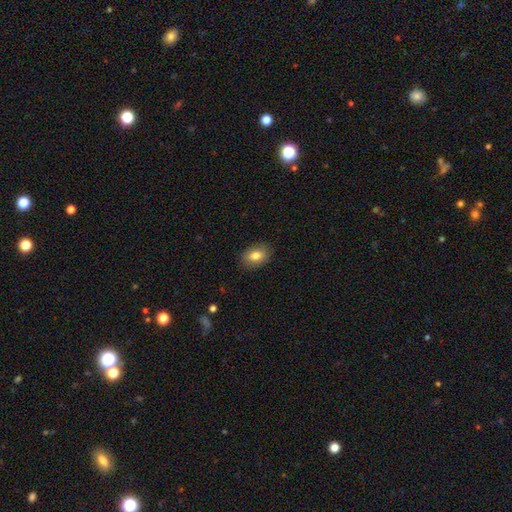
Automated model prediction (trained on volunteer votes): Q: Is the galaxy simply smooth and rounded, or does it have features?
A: smooth — 81%.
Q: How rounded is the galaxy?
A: in between — 83%.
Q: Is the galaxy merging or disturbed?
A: none — 87%.